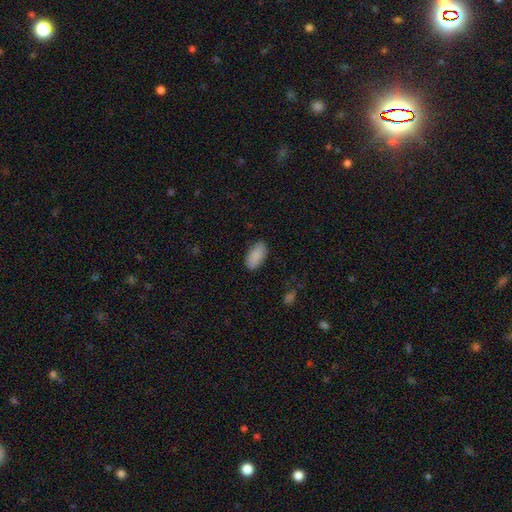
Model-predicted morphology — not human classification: type=smooth (89%); roundness=in between (94%); merging=none (85%).